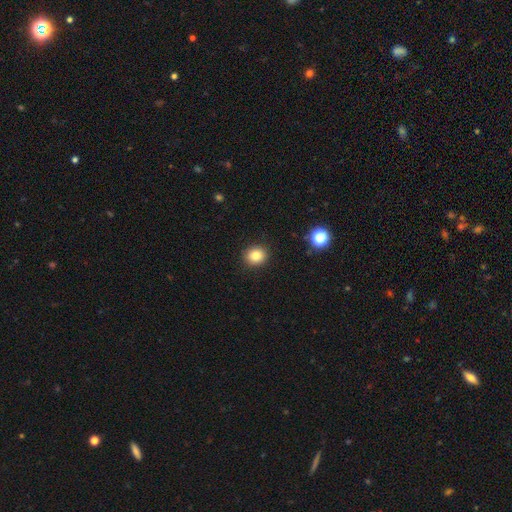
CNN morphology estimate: Q: Smooth or featured?
A: smooth (83%); runner-up: star or artifact (11%)
Q: How rounded?
A: round (77%); runner-up: in between (22%)
Q: Merging?
A: none (91%); runner-up: minor disturbance (6%)